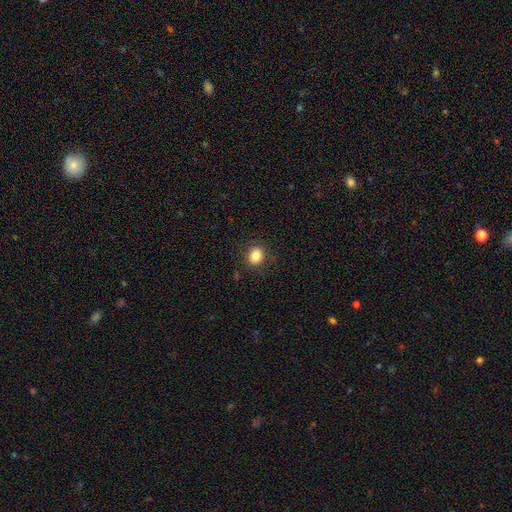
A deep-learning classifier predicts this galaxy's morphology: smooth 85%, star or artifact 10%, featured or disk 5%. Down the decision tree: how rounded — round (66%); merging — none (88%).